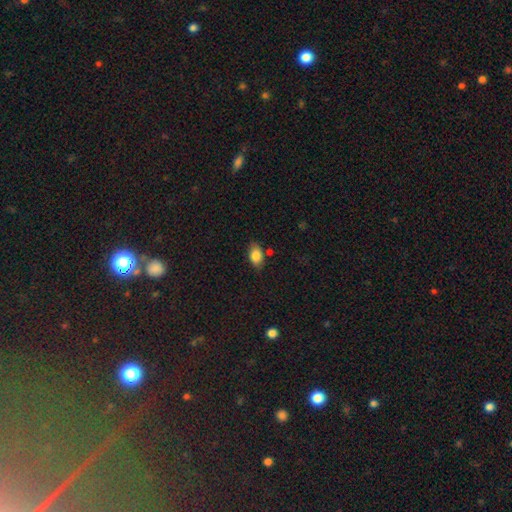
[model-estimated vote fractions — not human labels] Smooth or featured: smooth — 84% (star or artifact — 8%)
How rounded: in between — 89% (round — 9%)
Merging: none — 77% (minor disturbance — 16%)